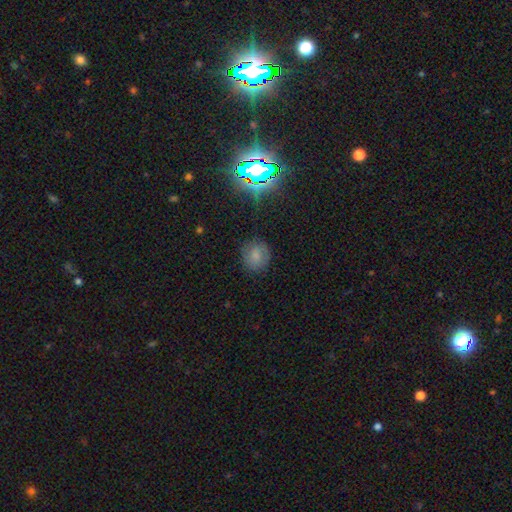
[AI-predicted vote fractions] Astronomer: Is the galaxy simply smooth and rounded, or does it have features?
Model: smooth — 74%.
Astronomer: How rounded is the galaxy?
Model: round — 83%.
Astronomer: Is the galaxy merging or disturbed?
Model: none — 81%.